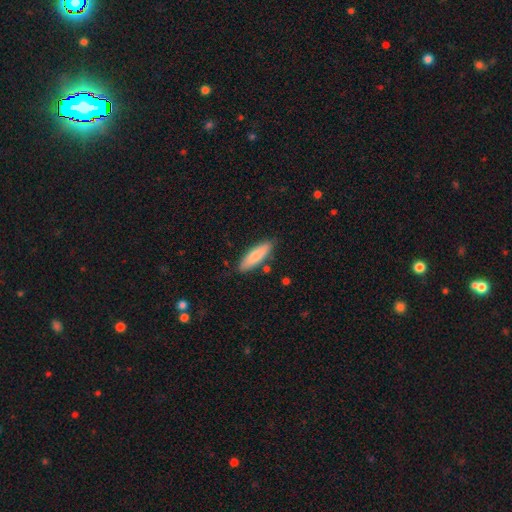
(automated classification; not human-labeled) smooth-or-featured: smooth: 79% | featured or disk: 15% | star or artifact: 6%
  how-rounded: cigar-shaped: 61% | in between: 37% | round: 2%
  merging: none: 83% | minor disturbance: 12% | merger: 3% | major disturbance: 2%